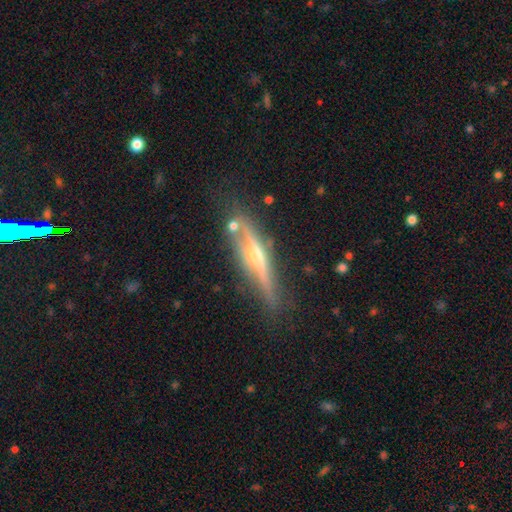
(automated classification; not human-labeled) Morphology: type=featured or disk (78%); edge-on=yes (96%); edge-on bulge=rounded (85%); merging=none (80%).